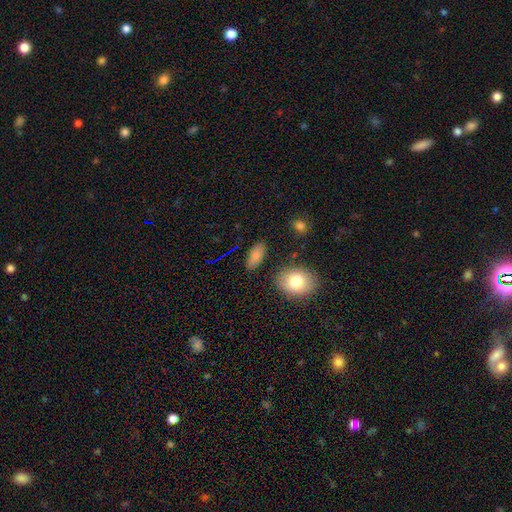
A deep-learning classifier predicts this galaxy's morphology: Smooth or featured? Predicted: smooth (p=0.82). How rounded? Predicted: in between (p=0.90). Merging? Predicted: none (p=0.85).